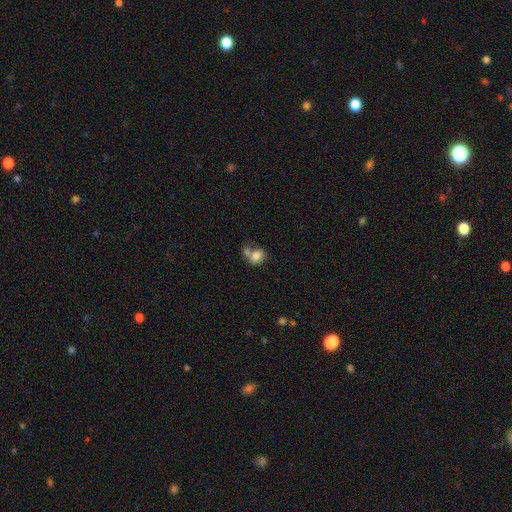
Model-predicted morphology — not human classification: This appears to be a smooth galaxy with no disk features (81%) that is in between round and cigar-shaped (62%). Merging: merger (50%).